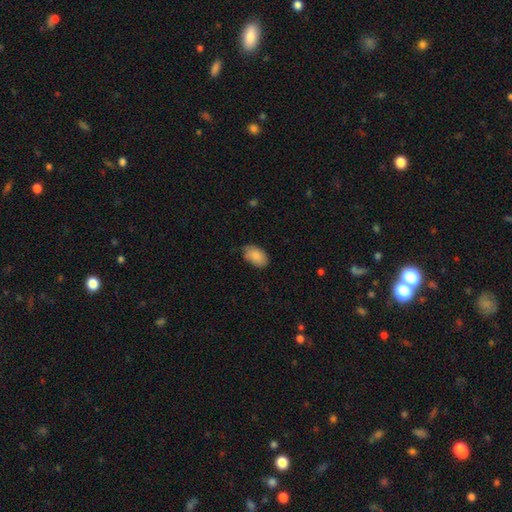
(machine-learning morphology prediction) smooth 87%, star or artifact 6%, featured or disk 6%. Down the decision tree: how rounded — in between (92%); merging — none (77%).